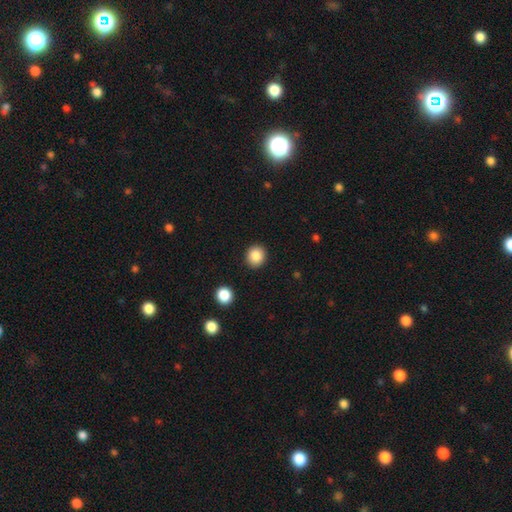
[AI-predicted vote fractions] A smooth galaxy with no disk features (87%) that is round (81%).

Vote fractions:
- Smooth or featured? smooth: 87% / star or artifact: 9% / featured or disk: 4%
- How rounded? round: 81% / in between: 18% / cigar-shaped: 1%
- Merging? none: 90% / minor disturbance: 6% / major disturbance: 2% / merger: 1%